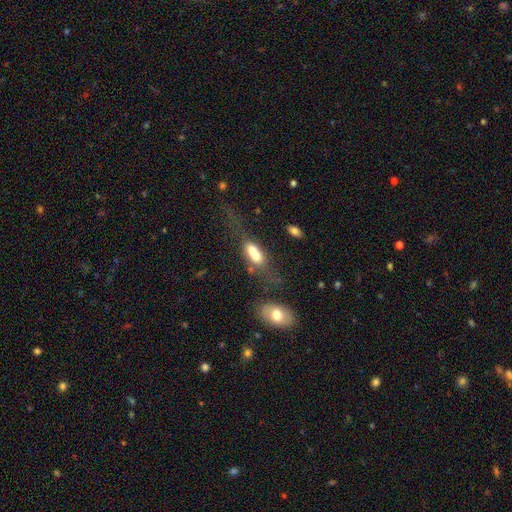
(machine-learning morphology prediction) A smooth galaxy with no disk features (65%) that is in between round and cigar-shaped (77%).

Vote fractions:
- Smooth or featured? smooth: 65% / featured or disk: 25% / star or artifact: 11%
- How rounded? in between: 77% / cigar-shaped: 14% / round: 8%
- Merging? merger: 47% / none: 23% / major disturbance: 17% / minor disturbance: 13%